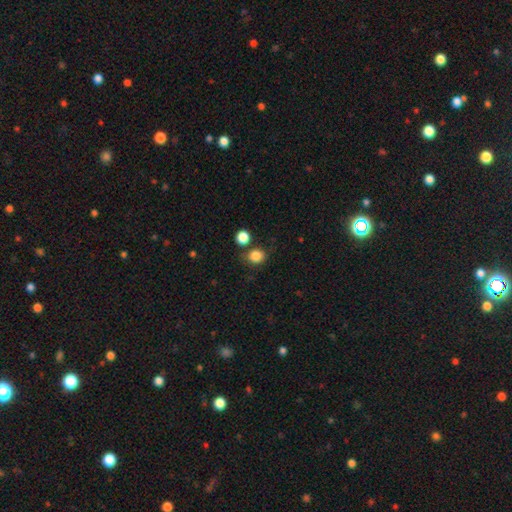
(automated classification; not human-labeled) The model was most divided on "how rounded": round: 72%, in between: 27%, cigar-shaped: 1%. More confident: smooth or featured — smooth (84%); merging — none (73%).